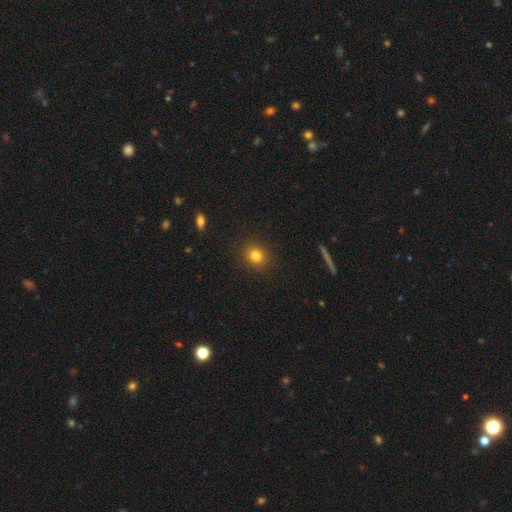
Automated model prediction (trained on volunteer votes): Smooth or featured?
  - smooth: 81% *
  - star or artifact: 12%
  - featured or disk: 7%
How rounded?
  - round: 81% *
  - in between: 18%
  - cigar-shaped: 1%
Merging?
  - none: 89% *
  - minor disturbance: 7%
  - major disturbance: 2%
  - merger: 1%